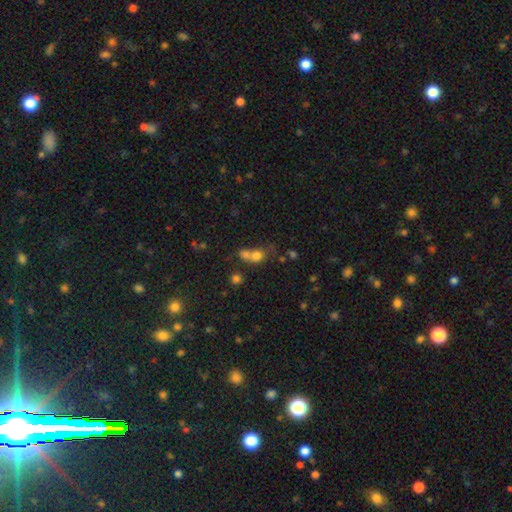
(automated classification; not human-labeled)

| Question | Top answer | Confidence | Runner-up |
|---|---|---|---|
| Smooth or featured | smooth | 71% | star or artifact (16%) |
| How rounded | round | 68% | in between (30%) |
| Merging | merger | 57% | none (29%) |